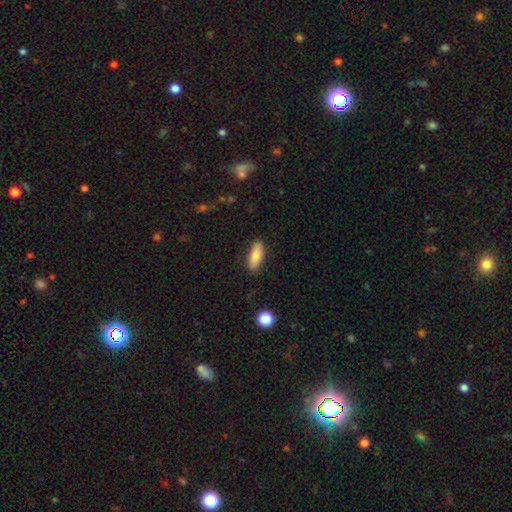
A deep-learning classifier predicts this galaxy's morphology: smooth-or-featured: smooth: 77% | featured or disk: 16% | star or artifact: 7%
  how-rounded: in between: 60% | cigar-shaped: 37% | round: 2%
  merging: none: 88% | minor disturbance: 9% | major disturbance: 2% | merger: 1%